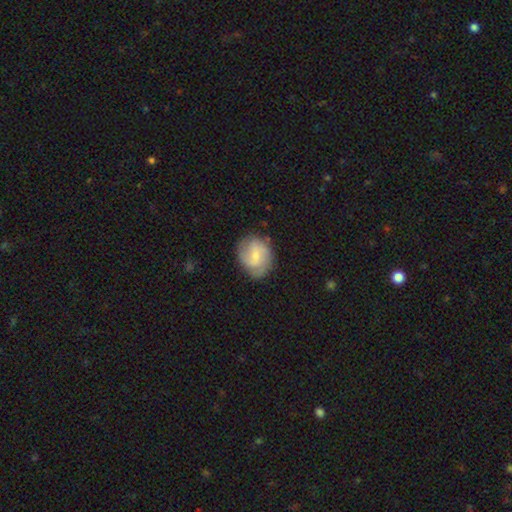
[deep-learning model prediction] smooth_or_featured: featured or disk (p=0.56) [alt: smooth p=0.38]
disk_edge_on: no (p=0.97) [alt: yes p=0.03]
bar: weak (p=0.55) [alt: no p=0.33]
has_spiral_arms: yes (p=0.87) [alt: no p=0.13]
bulge_size: small (p=0.61) [alt: moderate p=0.30]
merging: none (p=0.75) [alt: minor disturbance p=0.18]